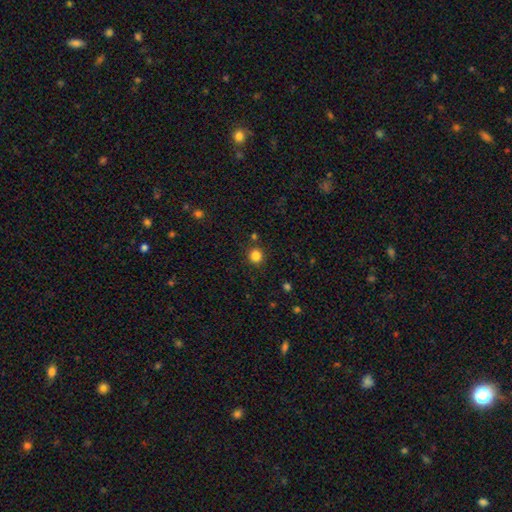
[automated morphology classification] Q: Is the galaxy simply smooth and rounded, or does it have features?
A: smooth — 83%.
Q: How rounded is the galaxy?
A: round — 92%.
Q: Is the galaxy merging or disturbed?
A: none — 87%.